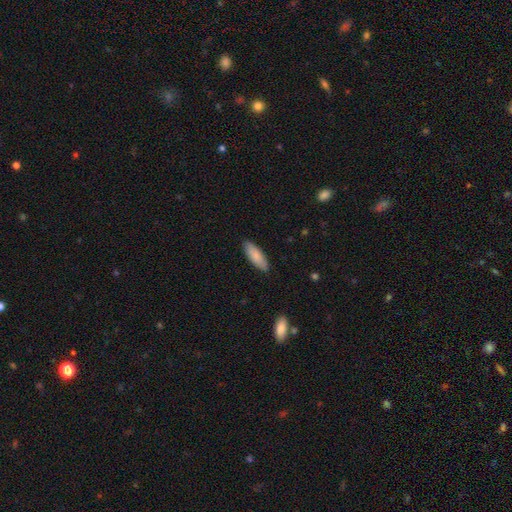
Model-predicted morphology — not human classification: A smooth galaxy with no disk features (85%) that is in between round and cigar-shaped (65%). Merging: none (87%).